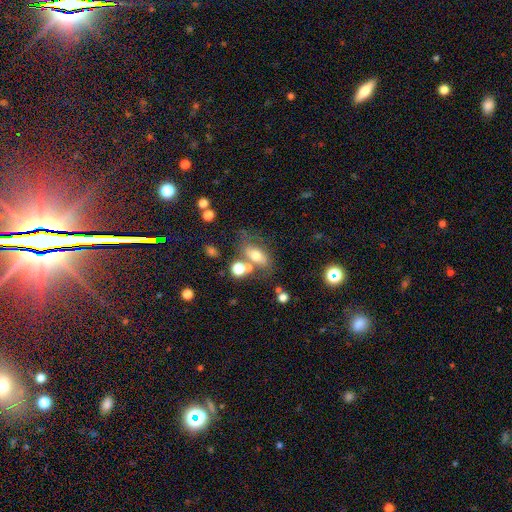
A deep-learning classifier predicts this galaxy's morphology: Smooth or featured: smooth — 64% (featured or disk — 23%)
How rounded: in between — 78% (round — 15%)
Merging: none — 53% (merger — 20%)